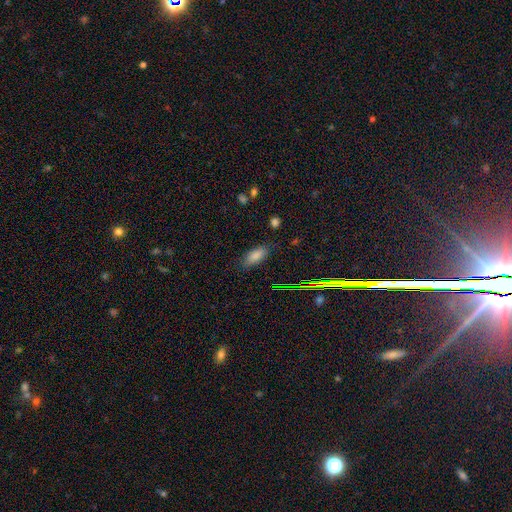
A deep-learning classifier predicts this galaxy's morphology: type=smooth (81%); roundness=in between (81%); merging=none (79%).